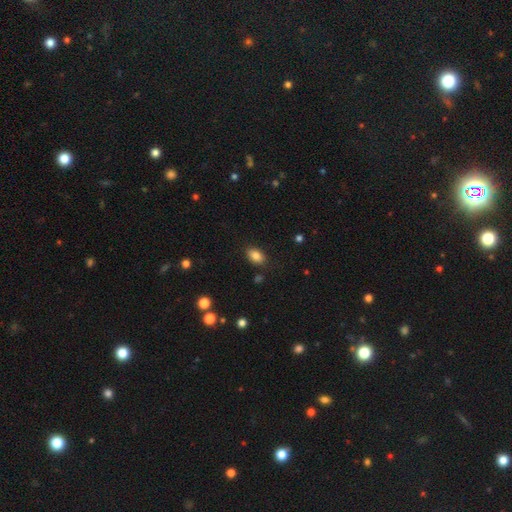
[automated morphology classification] Q: Smooth or featured?
A: smooth (85%); runner-up: star or artifact (9%)
Q: How rounded?
A: in between (86%); runner-up: round (12%)
Q: Merging?
A: none (85%); runner-up: minor disturbance (10%)